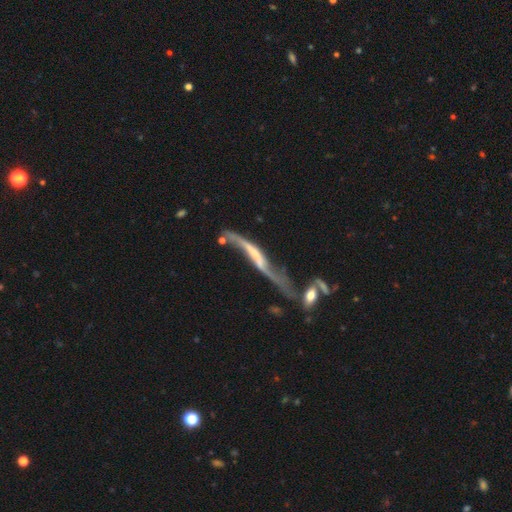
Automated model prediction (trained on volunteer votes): This appears to be a featured or disk galaxy (77%). Merging: merger (33%).